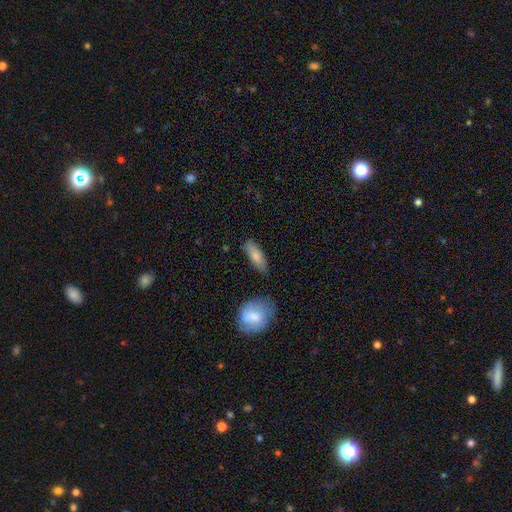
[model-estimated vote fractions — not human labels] smooth 81%, featured or disk 13%, star or artifact 6%. Down the decision tree: how rounded — in between (61%); merging — none (75%).